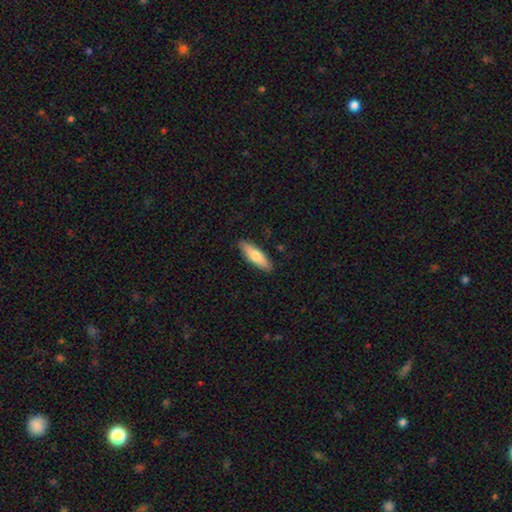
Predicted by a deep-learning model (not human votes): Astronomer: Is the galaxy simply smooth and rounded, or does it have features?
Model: smooth — 73%.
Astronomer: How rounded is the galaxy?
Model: cigar-shaped — 53% (runner-up: in between, 45%).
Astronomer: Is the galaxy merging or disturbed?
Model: none — 89%.